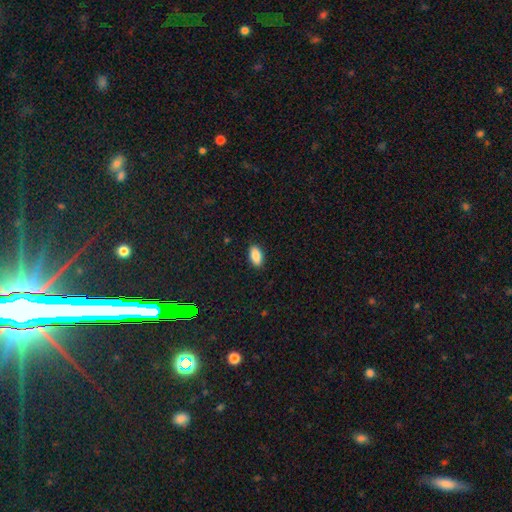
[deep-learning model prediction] Smooth or featured?
  - smooth: 88% *
  - star or artifact: 7%
  - featured or disk: 4%
How rounded?
  - in between: 93% *
  - cigar-shaped: 4%
  - round: 3%
Merging?
  - none: 89% *
  - minor disturbance: 8%
  - major disturbance: 2%
  - merger: 1%